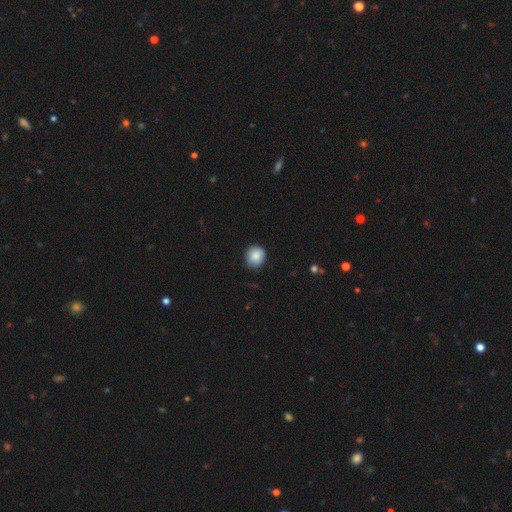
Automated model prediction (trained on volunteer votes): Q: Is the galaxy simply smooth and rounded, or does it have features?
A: smooth — 86%.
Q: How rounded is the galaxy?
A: round — 79%.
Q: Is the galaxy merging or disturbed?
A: none — 78%.